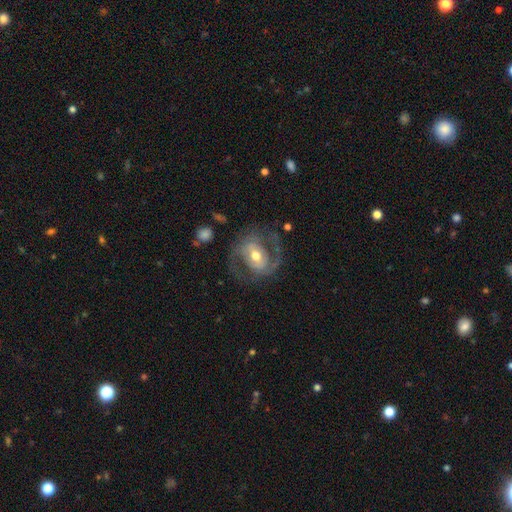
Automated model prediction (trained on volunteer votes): This is clearly a featured or disk galaxy (81%). It is clearly not viewed edge-on (97%). Bar: marginally weak (39%). Spiral arm pattern: clearly yes (86%). Spiral arm count: clearly 2 (86%). Spiral winding: possibly medium (52%). Central bulge: likely moderate (70%). Merging: likely none (71%).